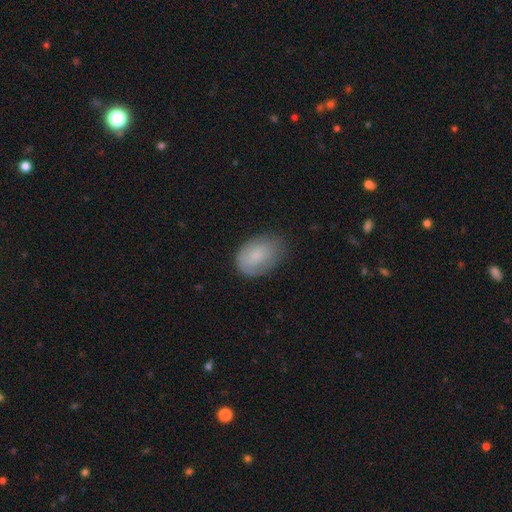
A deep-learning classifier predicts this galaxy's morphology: smooth 76%, featured or disk 16%, star or artifact 7%. Down the decision tree: how rounded — in between (83%); merging — none (63%).